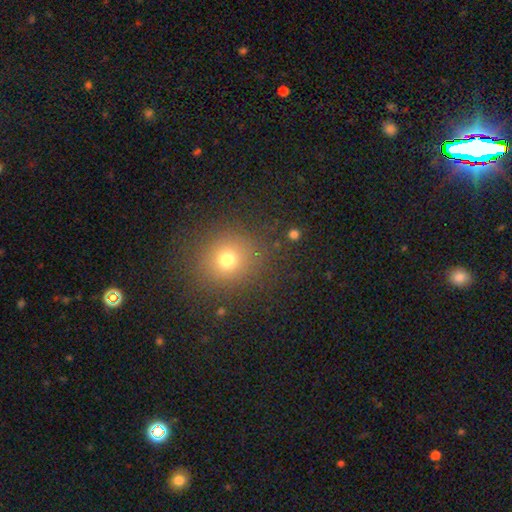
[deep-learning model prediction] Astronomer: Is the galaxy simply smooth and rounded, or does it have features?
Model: smooth — 65%.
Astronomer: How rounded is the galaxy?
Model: round — 87%.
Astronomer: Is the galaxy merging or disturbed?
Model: none — 89%.